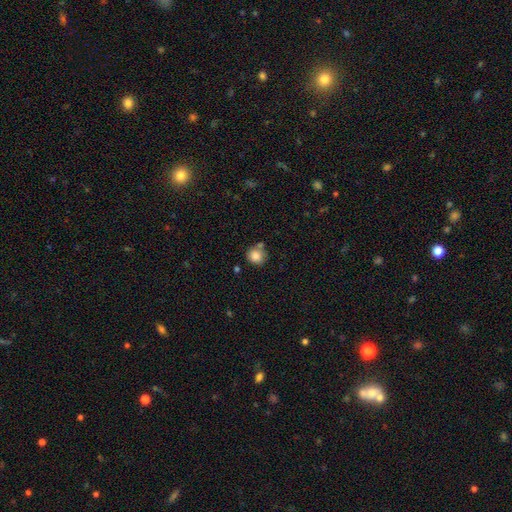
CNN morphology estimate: A smooth galaxy with no disk features (84%) that is round (87%). Merging: none (68%).